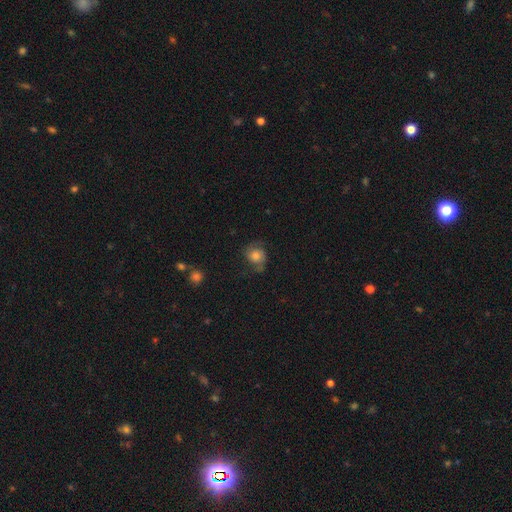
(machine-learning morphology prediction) smooth-or-featured: featured or disk: 47% | smooth: 43% | star or artifact: 10%
  merging: none: 61% | minor disturbance: 23% | major disturbance: 14% | merger: 2%